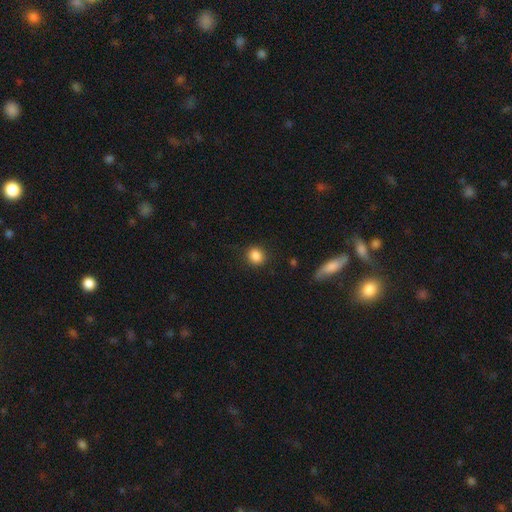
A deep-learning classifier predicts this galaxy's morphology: Smooth or featured? Predicted: smooth (p=0.86). How rounded? Predicted: round (p=0.79). Merging? Predicted: none (p=0.86).